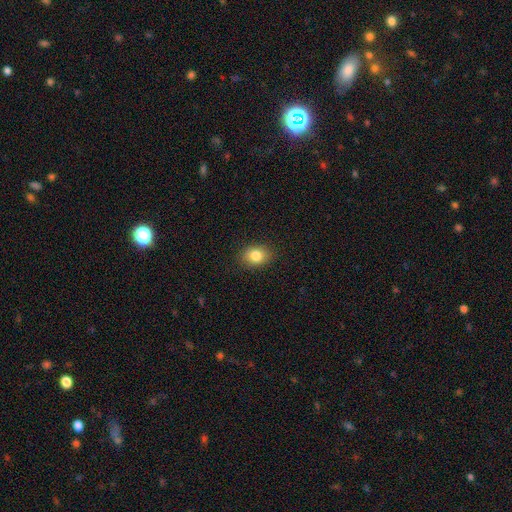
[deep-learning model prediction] A smooth galaxy with no disk features (83%) that is in between round and cigar-shaped (66%).

Vote fractions:
- Smooth or featured? smooth: 83% / star or artifact: 10% / featured or disk: 8%
- How rounded? in between: 66% / round: 33% / cigar-shaped: 1%
- Merging? none: 88% / minor disturbance: 9% / major disturbance: 2% / merger: 1%